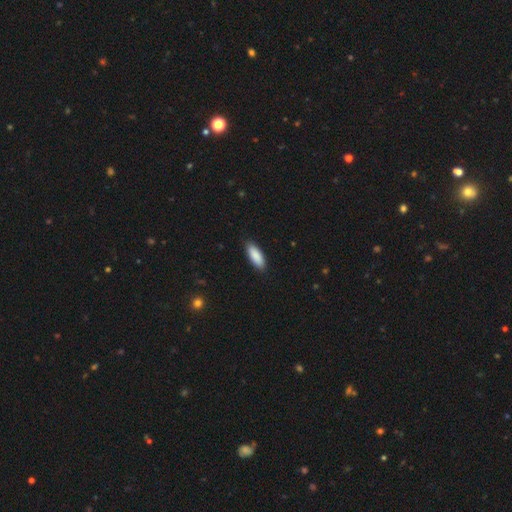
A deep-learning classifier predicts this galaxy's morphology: A smooth galaxy with no disk features (89%) that is in between round and cigar-shaped (71%). Merging: none (89%).